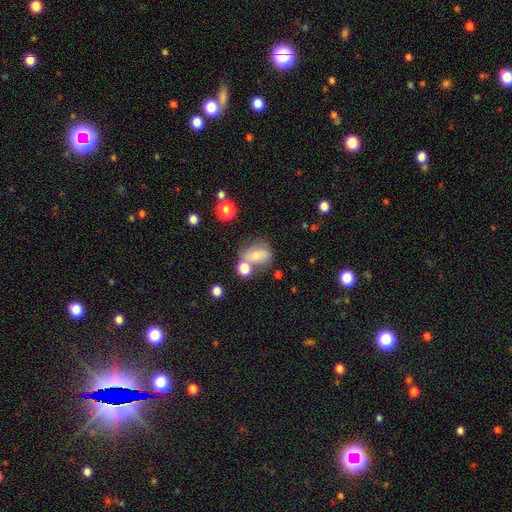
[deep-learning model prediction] Smooth or featured? smooth (63%)
How rounded? in between (55%)
Merging? none (41%)